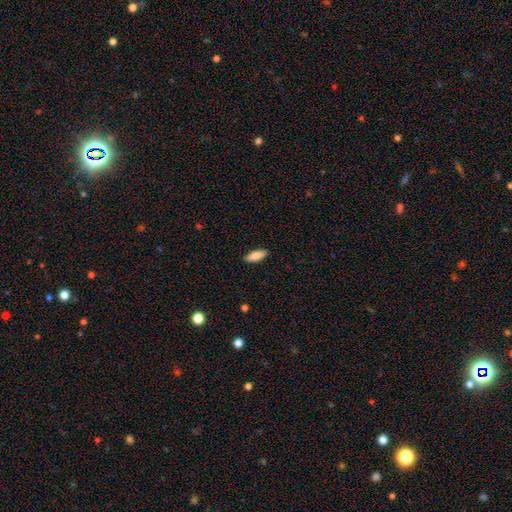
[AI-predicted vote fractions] This appears to be a smooth galaxy with no disk features (85%) that is in between round and cigar-shaped (65%). Merging: none (89%).